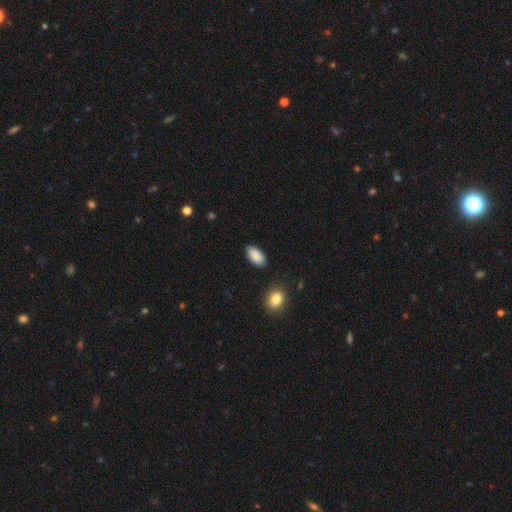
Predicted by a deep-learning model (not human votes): Smooth or featured? smooth (89%)
How rounded? in between (94%)
Merging? none (86%)